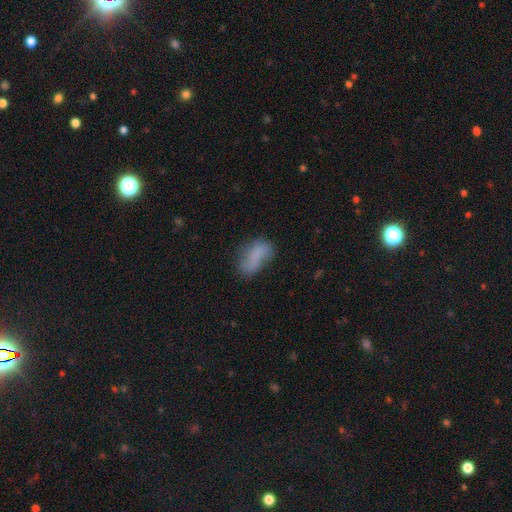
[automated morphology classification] Smooth or featured? Predicted: smooth (p=0.71). How rounded? Predicted: in between (p=0.87). Merging? Predicted: none (p=0.46).